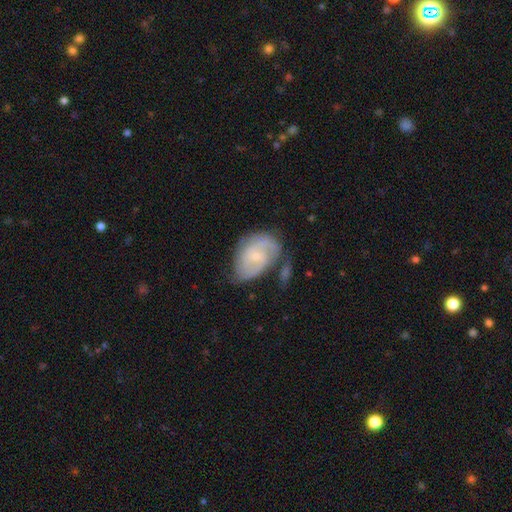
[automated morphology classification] A featured or disk galaxy (71%) with no bar (60%), 2 (52%) tight (43%) spiral arms (90%) and a small central bulge (72%). Merging: none (47%).